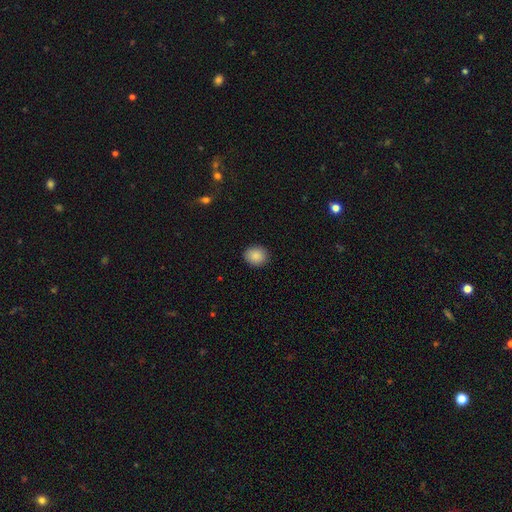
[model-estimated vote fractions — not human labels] Smooth or featured: smooth — 88% (star or artifact — 8%)
How rounded: round — 72% (in between — 27%)
Merging: none — 90% (minor disturbance — 7%)